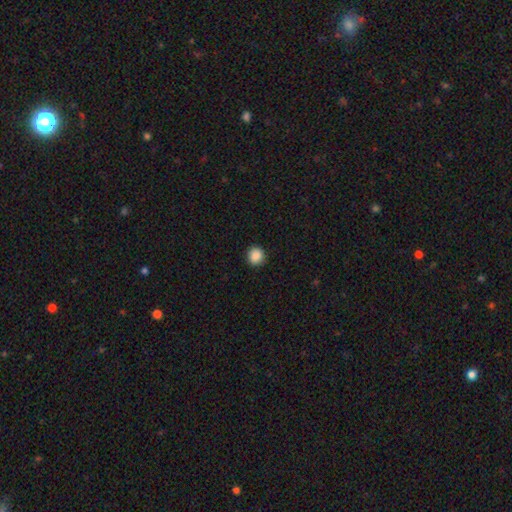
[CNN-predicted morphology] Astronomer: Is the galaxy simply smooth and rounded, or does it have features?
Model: smooth — 88%.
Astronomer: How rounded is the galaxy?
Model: round — 92%.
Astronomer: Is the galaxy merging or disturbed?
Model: none — 92%.